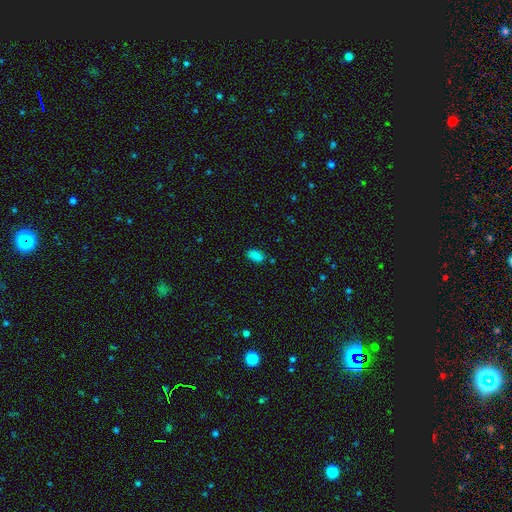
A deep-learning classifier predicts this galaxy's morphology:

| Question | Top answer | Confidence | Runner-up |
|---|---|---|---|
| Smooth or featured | smooth | 85% | star or artifact (12%) |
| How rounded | in between | 92% | round (5%) |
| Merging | none | 83% | minor disturbance (12%) |